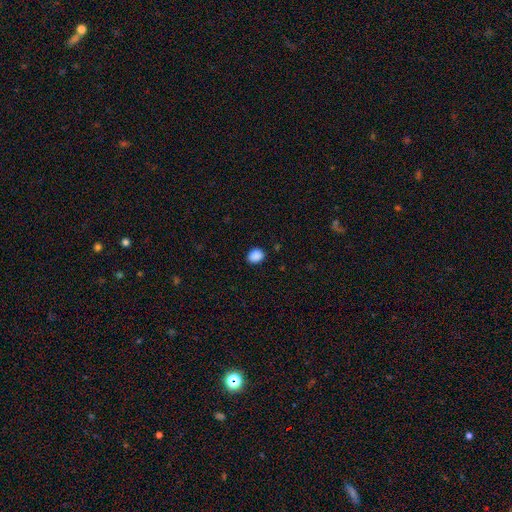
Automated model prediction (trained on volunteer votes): The model was most divided on "how rounded": round: 55%, in between: 44%, cigar-shaped: 1%. More confident: smooth or featured — smooth (89%); merging — none (88%).